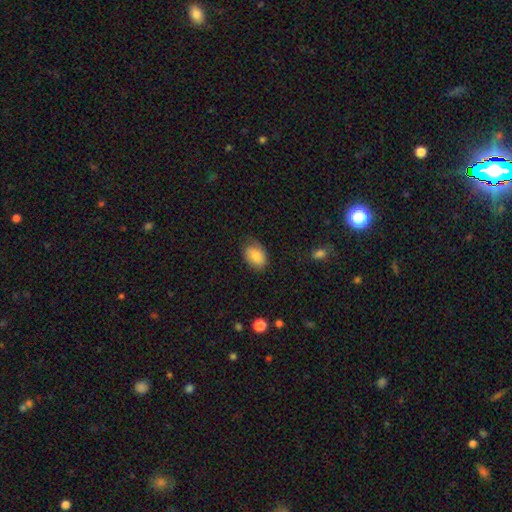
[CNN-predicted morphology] This is likely a smooth galaxy (77%). How rounded: clearly in between (85%). Merging: likely none (66%).